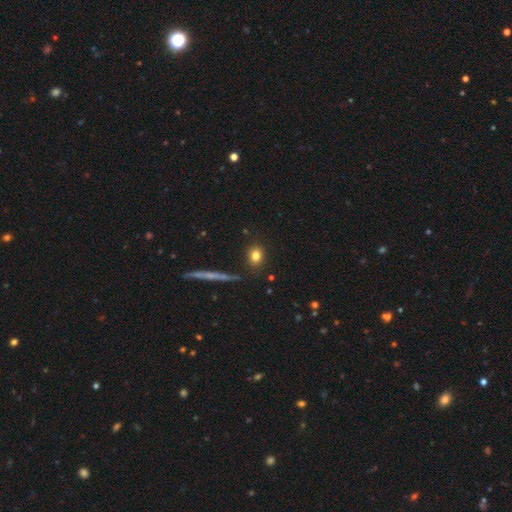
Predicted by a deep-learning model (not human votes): A smooth galaxy with no disk features (79%) that is round (54%).

Vote fractions:
- Smooth or featured? smooth: 79% / star or artifact: 11% / featured or disk: 10%
- How rounded? round: 54% / in between: 42% / cigar-shaped: 4%
- Merging? none: 86% / minor disturbance: 9% / merger: 3% / major disturbance: 2%